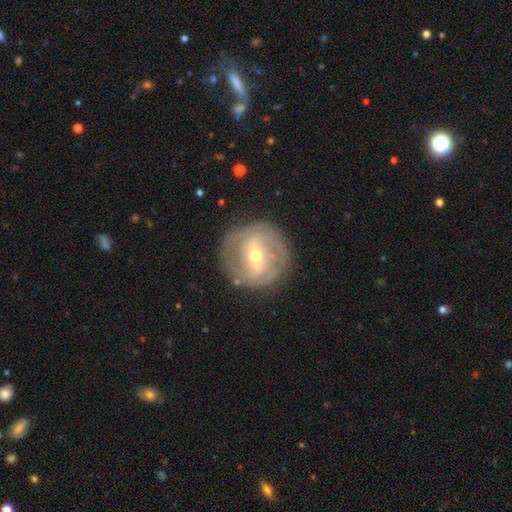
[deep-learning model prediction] smooth-or-featured: featured or disk: 77% | smooth: 17% | star or artifact: 6%
  disk-edge-on: no: 96% | yes: 4%
    bar: weak: 44% | strong: 37% | no: 19%
    has-spiral-arms: yes: 81% | no: 19%
      spiral-winding: tight: 54% | medium: 34% | loose: 12%
      spiral-arm-count: 2: 54% | can't tell: 26% | 3: 11% | 1: 4% | 4: 3% | more than 4: 3%
    bulge-size: small: 49% | moderate: 48% | large: 2% | none: 1% | dominant: 1%
  merging: none: 81% | minor disturbance: 13% | major disturbance: 5% | merger: 1%